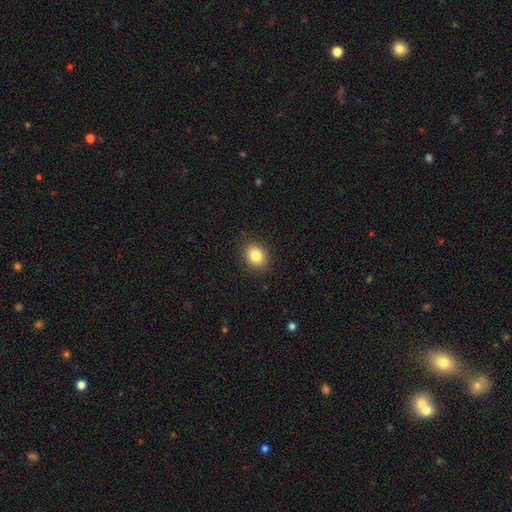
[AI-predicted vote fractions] This is clearly a smooth galaxy (84%). How rounded: likely round (64%). Merging: clearly none (89%).